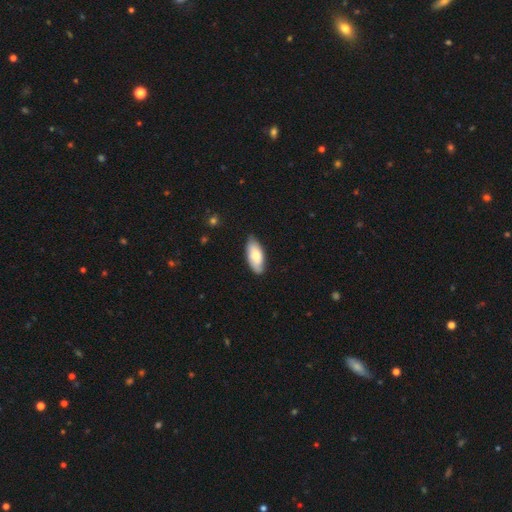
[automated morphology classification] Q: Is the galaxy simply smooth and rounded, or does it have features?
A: smooth — 70%.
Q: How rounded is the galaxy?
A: in between — 89%.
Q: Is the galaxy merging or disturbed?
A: none — 77%.